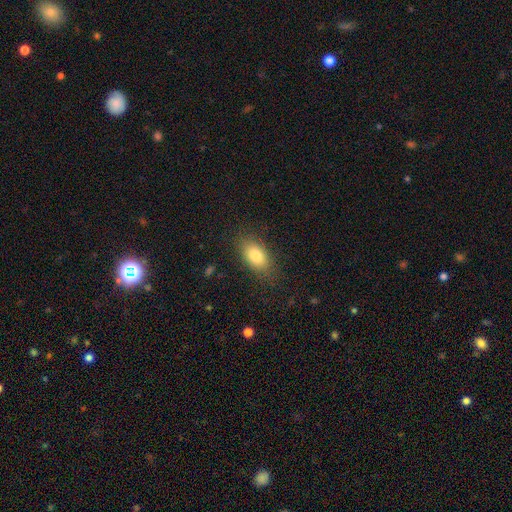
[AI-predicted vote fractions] Smooth or featured? Predicted: smooth (p=0.81). How rounded? Predicted: in between (p=0.89). Merging? Predicted: none (p=0.83).